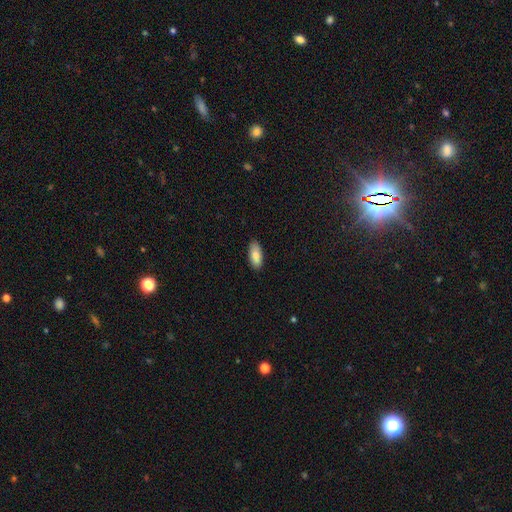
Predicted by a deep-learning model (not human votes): Smooth or featured? smooth (81%)
How rounded? in between (88%)
Merging? none (89%)